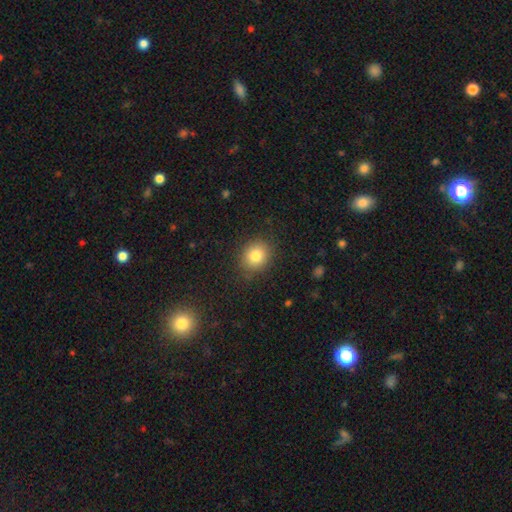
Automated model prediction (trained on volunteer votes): smooth_or_featured: smooth (p=0.81) [alt: star or artifact p=0.11]
how_rounded: round (p=0.72) [alt: in between p=0.27]
merging: none (p=0.85) [alt: minor disturbance p=0.10]